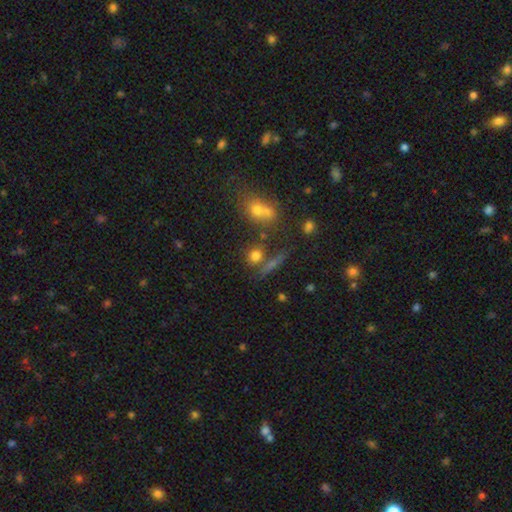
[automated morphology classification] Smooth or featured?
  - smooth: 72% *
  - star or artifact: 17%
  - featured or disk: 11%
How rounded?
  - round: 71% *
  - in between: 23%
  - cigar-shaped: 6%
Merging?
  - none: 62% *
  - merger: 20%
  - minor disturbance: 11%
  - major disturbance: 6%